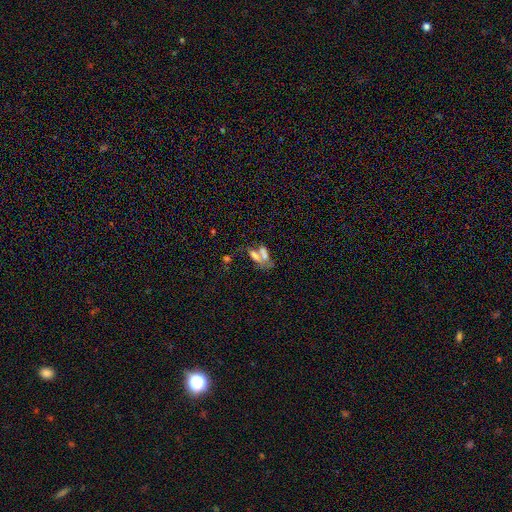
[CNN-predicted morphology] type=smooth (52%); roundness=in between (70%); merging=merger (54%).